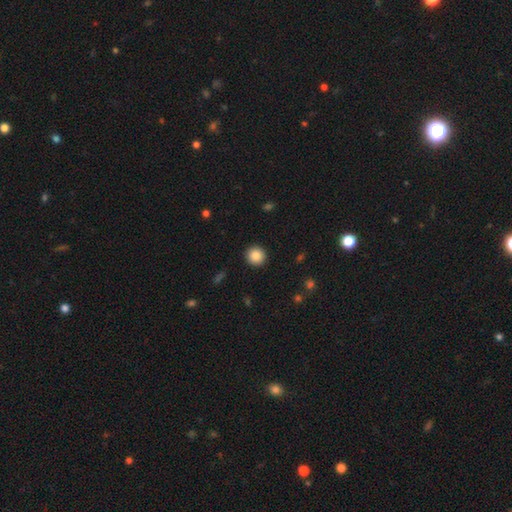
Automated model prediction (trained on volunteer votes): Overall: smooth (87%). How rounded: round (94%). Merging: none (93%).